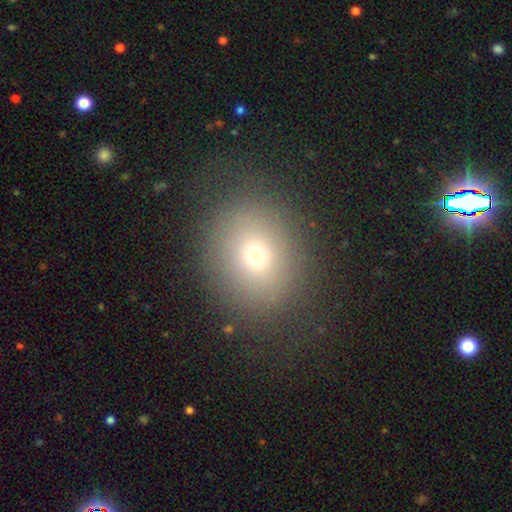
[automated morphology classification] Overall: smooth (68%). How rounded: round (63%; in between 36%). Merging: none (81%).